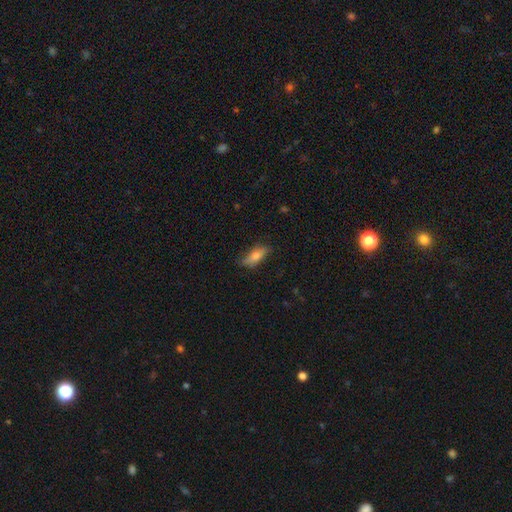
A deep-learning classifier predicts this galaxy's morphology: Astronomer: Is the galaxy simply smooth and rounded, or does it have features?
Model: smooth — 72%.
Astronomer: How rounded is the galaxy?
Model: in between — 64%.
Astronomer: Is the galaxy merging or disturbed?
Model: none — 73%.